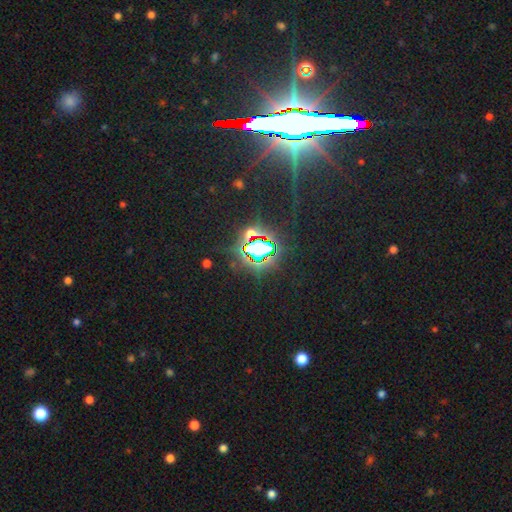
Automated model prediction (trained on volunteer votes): A star or artifact, not a galaxy (82%).